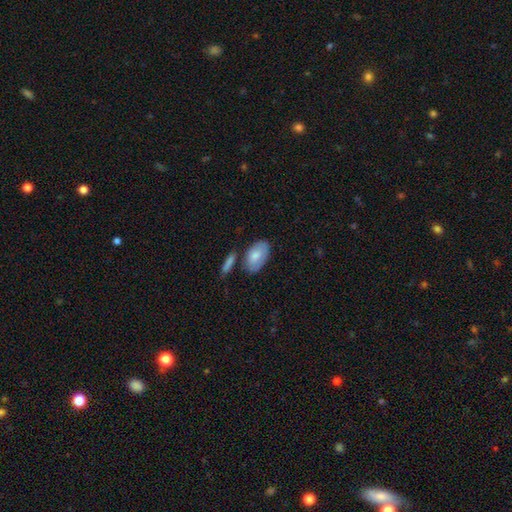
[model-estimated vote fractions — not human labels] smooth-or-featured: smooth: 76% | featured or disk: 19% | star or artifact: 5%
  how-rounded: in between: 93% | round: 5% | cigar-shaped: 2%
  merging: none: 65% | minor disturbance: 19% | merger: 11% | major disturbance: 5%